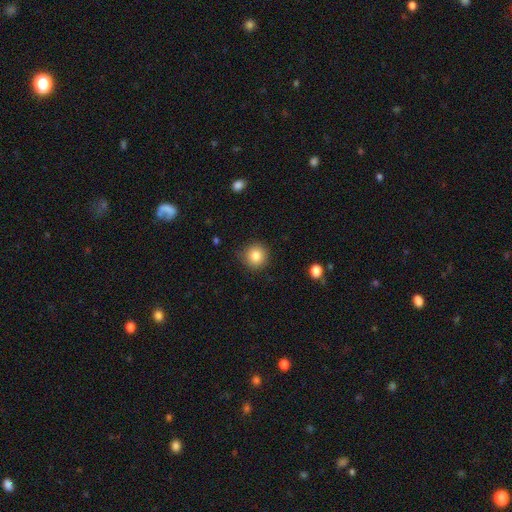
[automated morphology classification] Q: Smooth or featured?
A: smooth (83%); runner-up: star or artifact (10%)
Q: How rounded?
A: round (93%); runner-up: in between (6%)
Q: Merging?
A: none (86%); runner-up: minor disturbance (10%)